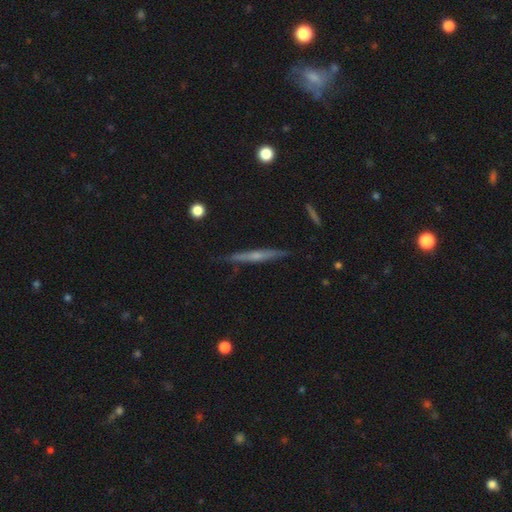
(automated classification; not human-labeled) The model was most divided on "edge-on bulge": rounded: 49%, none: 45%, boxy: 6%. More confident: edge-on disk — yes (97%); merging — none (86%); smooth or featured — featured or disk (61%).